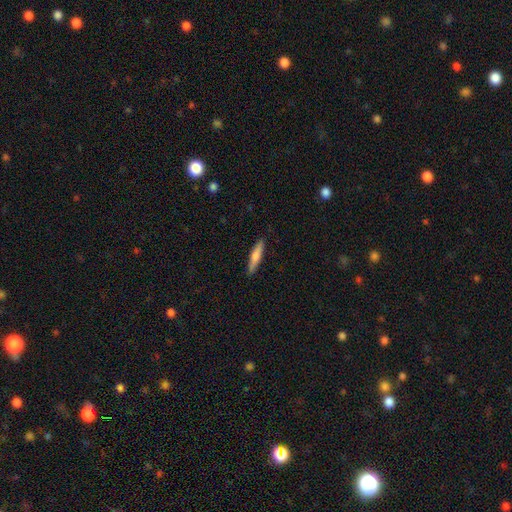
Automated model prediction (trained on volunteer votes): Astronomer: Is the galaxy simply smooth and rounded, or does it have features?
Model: smooth — 69%.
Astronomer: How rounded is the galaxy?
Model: cigar-shaped — 87%.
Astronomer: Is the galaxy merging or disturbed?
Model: none — 89%.